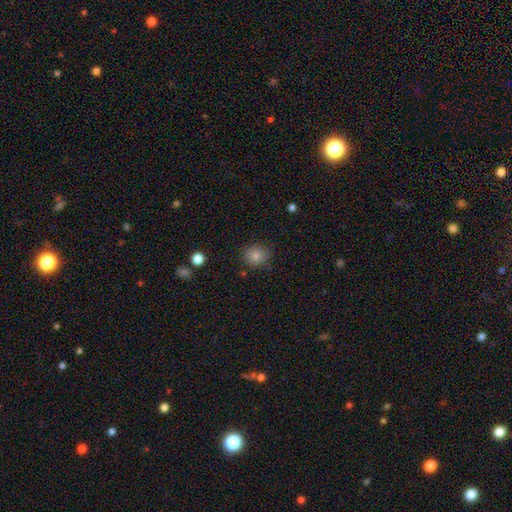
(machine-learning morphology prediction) smooth 79%, star or artifact 13%, featured or disk 7%. Down the decision tree: how rounded — round (82%); merging — none (84%).